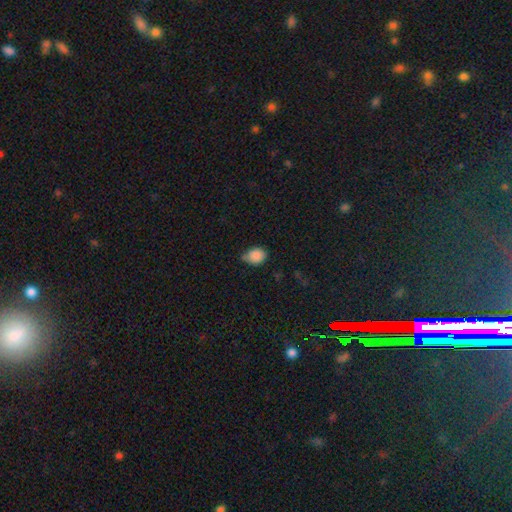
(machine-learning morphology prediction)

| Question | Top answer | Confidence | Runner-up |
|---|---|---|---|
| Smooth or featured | smooth | 86% | star or artifact (9%) |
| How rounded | in between | 56% | round (43%) |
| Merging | none | 49% | minor disturbance (40%) |